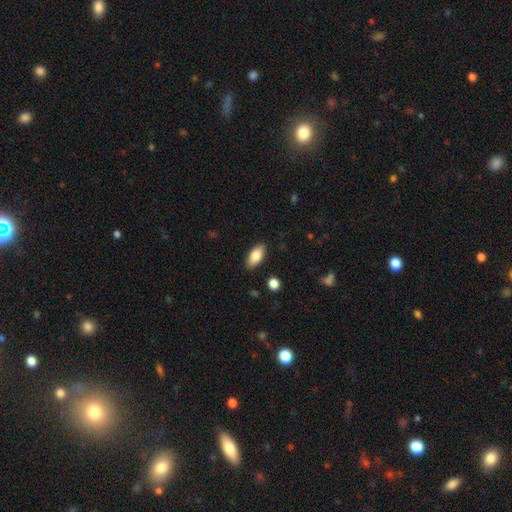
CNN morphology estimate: smooth-or-featured: smooth: 81% | featured or disk: 12% | star or artifact: 7%
  how-rounded: in between: 88% | cigar-shaped: 9% | round: 3%
  merging: none: 88% | minor disturbance: 8% | major disturbance: 2% | merger: 1%